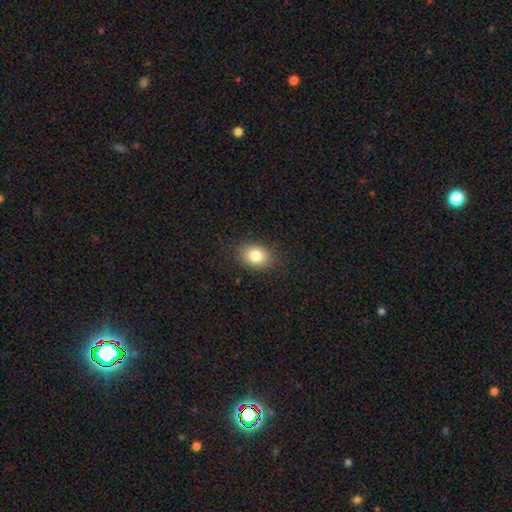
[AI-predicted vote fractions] smooth 81%, star or artifact 10%, featured or disk 9%. Down the decision tree: how rounded — in between (65%); merging — none (87%).